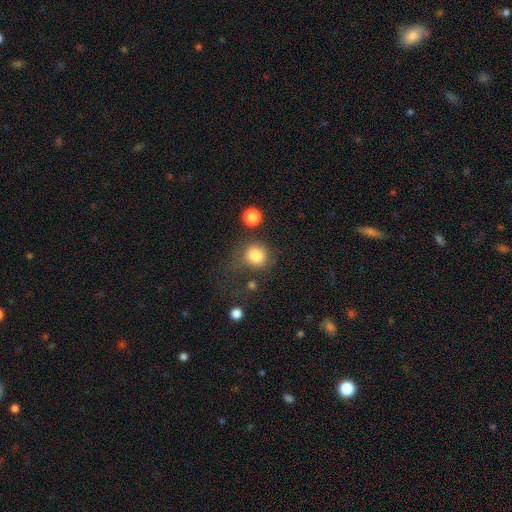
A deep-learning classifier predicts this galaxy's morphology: Overall: smooth (82%). How rounded: round (85%). Merging: none (63%).